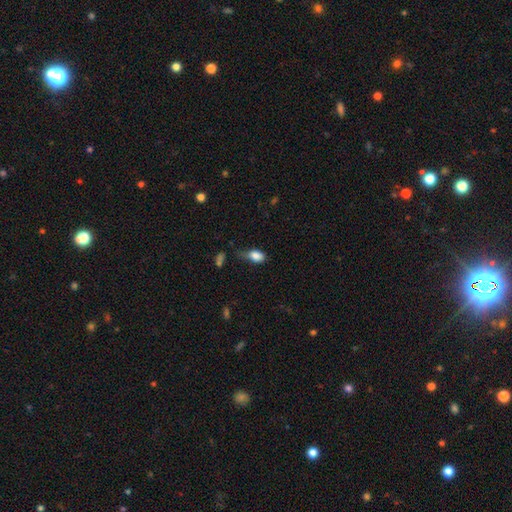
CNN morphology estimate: Smooth or featured? smooth (82%)
How rounded? in between (86%)
Merging? minor disturbance (39%)